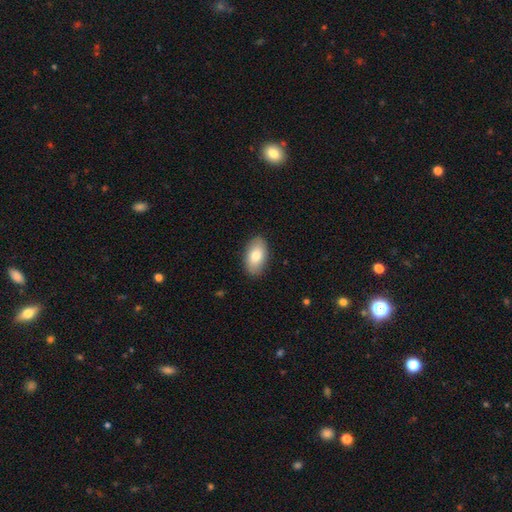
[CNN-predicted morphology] Smooth or featured? Predicted: smooth (p=0.80). How rounded? Predicted: in between (p=0.94). Merging? Predicted: none (p=0.88).